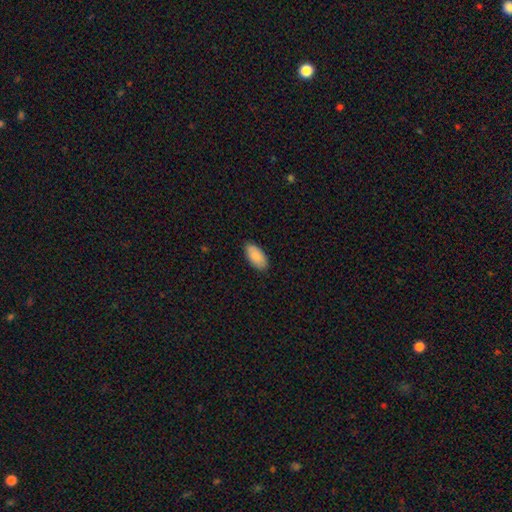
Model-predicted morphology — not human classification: smooth_or_featured: smooth (p=0.90) [alt: star or artifact p=0.06]
how_rounded: in between (p=0.94) [alt: cigar-shaped p=0.04]
merging: none (p=0.87) [alt: minor disturbance p=0.10]